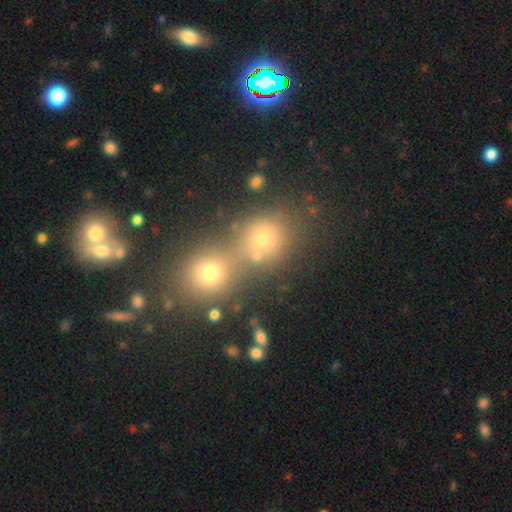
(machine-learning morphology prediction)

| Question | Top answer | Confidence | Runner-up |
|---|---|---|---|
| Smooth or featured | smooth | 69% | star or artifact (19%) |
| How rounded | round | 73% | in between (26%) |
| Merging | merger | 50% | none (39%) |